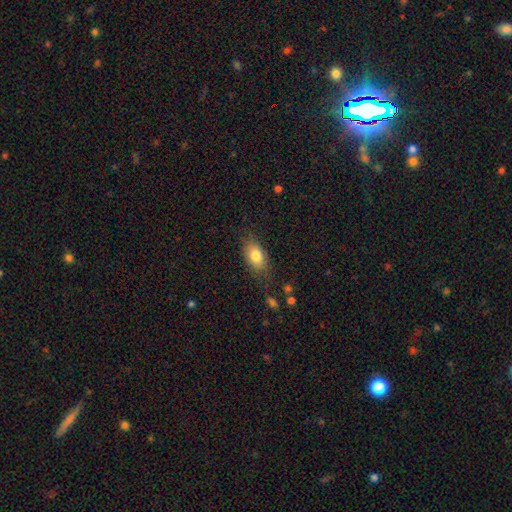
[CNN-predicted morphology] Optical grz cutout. It shows a smooth galaxy with no disk features (81%) that is in between round and cigar-shaped (87%). Merging: none (76%).